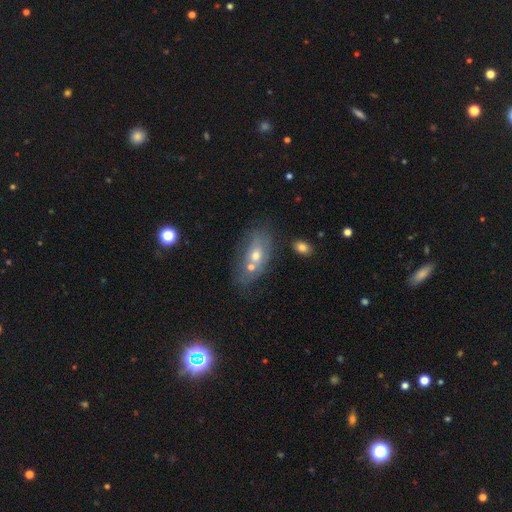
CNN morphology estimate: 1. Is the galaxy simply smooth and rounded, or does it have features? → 54% smooth, 35% featured or disk, 11% star or artifact.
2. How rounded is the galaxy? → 81% in between, 12% round, 6% cigar-shaped.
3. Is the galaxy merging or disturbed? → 39% merger, 38% none, 15% minor disturbance, 8% major disturbance.